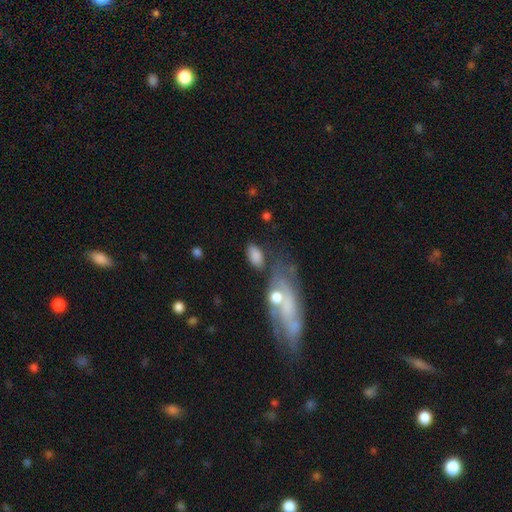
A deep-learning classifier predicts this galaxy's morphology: Smooth or featured? smooth (81%)
How rounded? in between (90%)
Merging? none (62%)